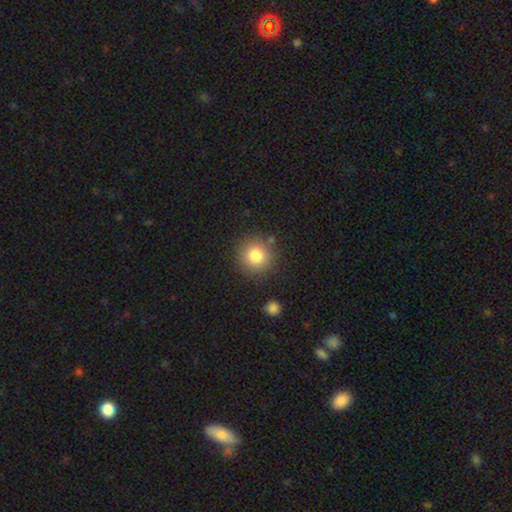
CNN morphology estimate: type=smooth (82%); roundness=round (92%); merging=none (84%).